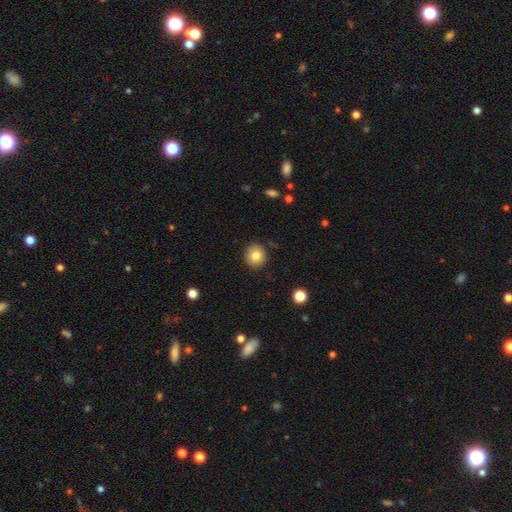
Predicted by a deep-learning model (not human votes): This appears to be a smooth galaxy with no disk features (82%) that is round (87%). Merging: none (89%).